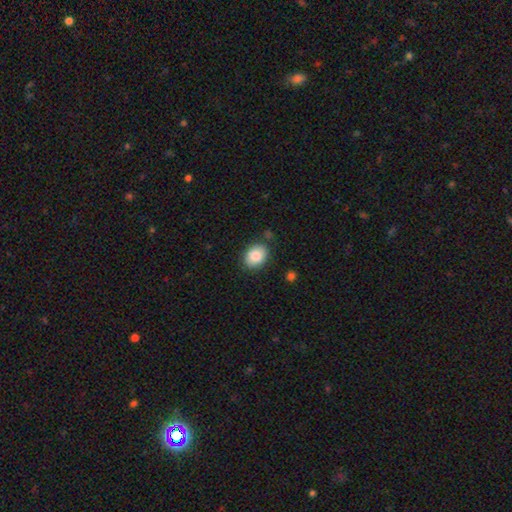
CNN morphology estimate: Smooth or featured? Predicted: smooth (p=0.85). How rounded? Predicted: in between (p=0.62). Merging? Predicted: none (p=0.83).